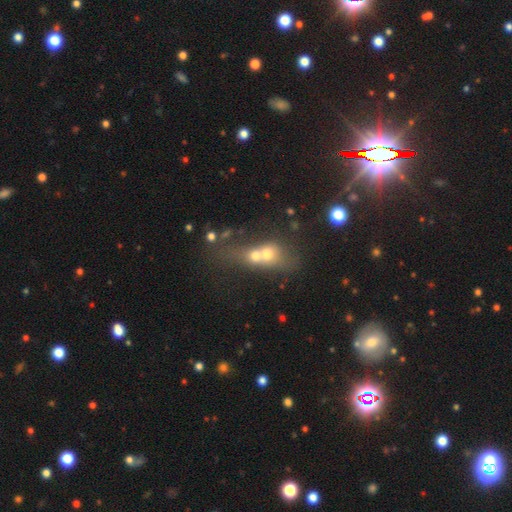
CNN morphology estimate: Q: Smooth or featured?
A: smooth (58%); runner-up: featured or disk (29%)
Q: How rounded?
A: round (53%); runner-up: in between (40%)
Q: Merging?
A: merger (76%); runner-up: none (13%)